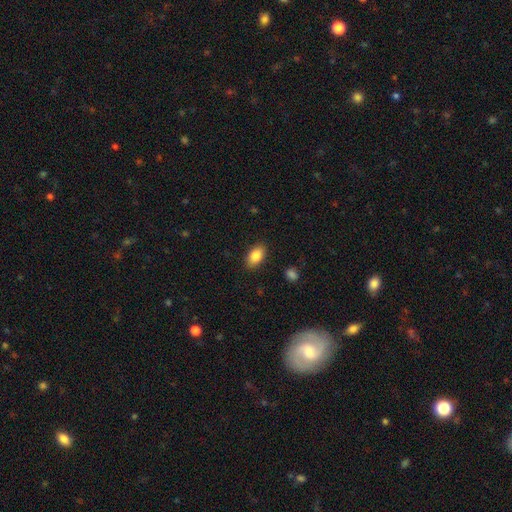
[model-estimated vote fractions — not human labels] The model was most divided on "smooth or featured": smooth: 86%, star or artifact: 7%, featured or disk: 7%. More confident: how rounded — in between (91%); merging — none (87%).